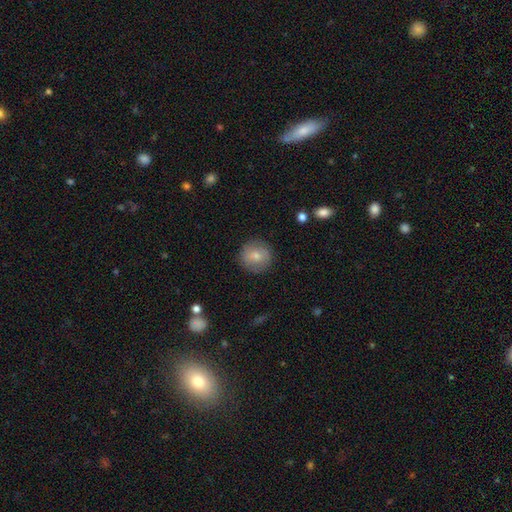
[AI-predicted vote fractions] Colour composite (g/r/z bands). It shows a smooth galaxy with no disk features (70%) that is round (93%). Merging: none (86%).